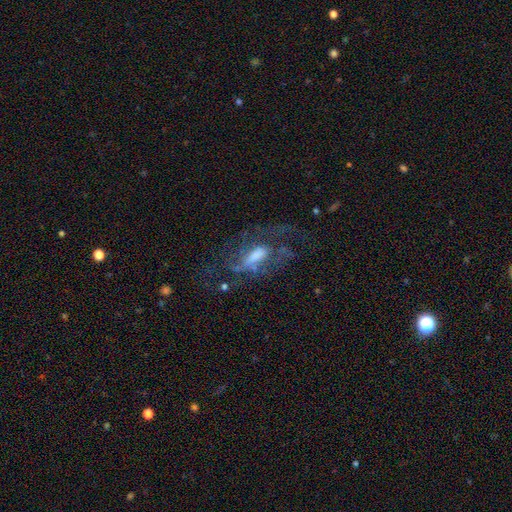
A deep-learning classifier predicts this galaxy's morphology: smooth-or-featured: featured or disk: 73% | smooth: 17% | star or artifact: 10%
  disk-edge-on: no: 87% | yes: 13%
    bar: weak: 41% | no: 33% | strong: 26%
    has-spiral-arms: yes: 77% | no: 23%
    bulge-size: moderate: 41% | large: 22% | small: 21% | none: 13% | dominant: 3%
  merging: none: 47% | major disturbance: 32% | minor disturbance: 18% | merger: 3%